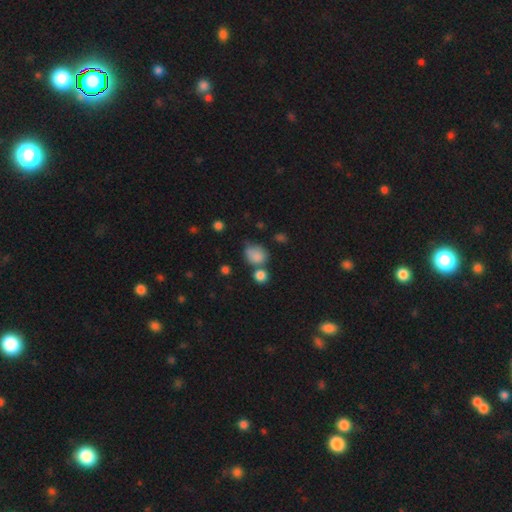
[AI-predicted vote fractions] Smooth or featured? Predicted: smooth (p=0.82). How rounded? Predicted: round (p=0.60). Merging? Predicted: none (p=0.47).